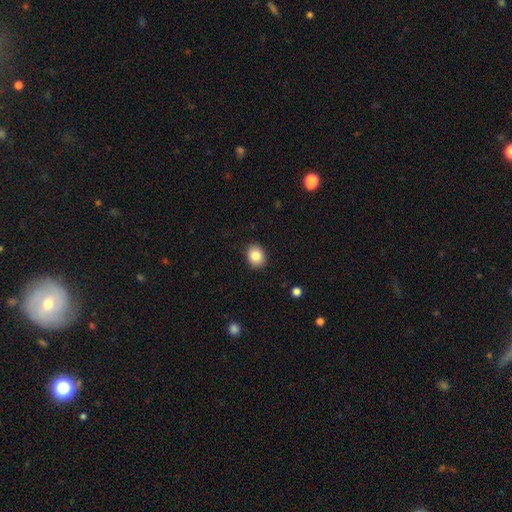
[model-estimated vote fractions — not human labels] Smooth or featured? Predicted: smooth (p=0.85). How rounded? Predicted: round (p=0.50). Merging? Predicted: none (p=0.90).